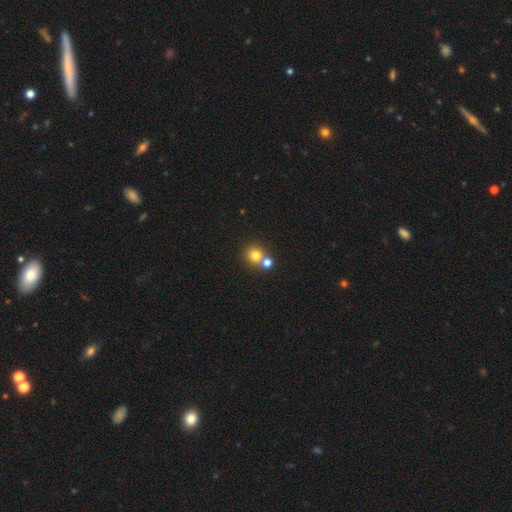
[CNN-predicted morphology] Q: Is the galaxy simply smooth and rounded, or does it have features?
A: smooth — 77%.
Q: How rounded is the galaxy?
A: round — 89%.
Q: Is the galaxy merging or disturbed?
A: none — 56%.